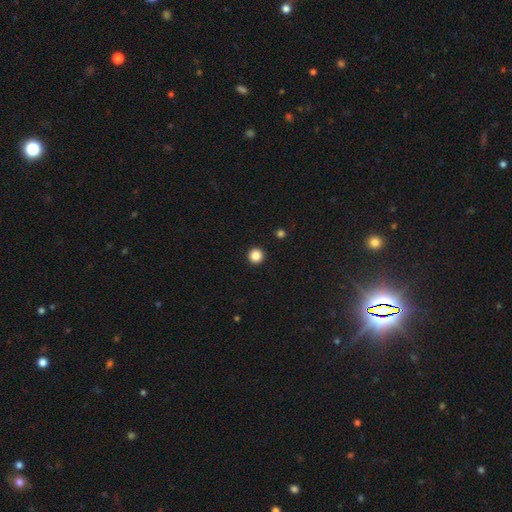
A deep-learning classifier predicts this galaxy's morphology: A smooth galaxy with no disk features (86%) that is round (96%). Merging: none (94%).